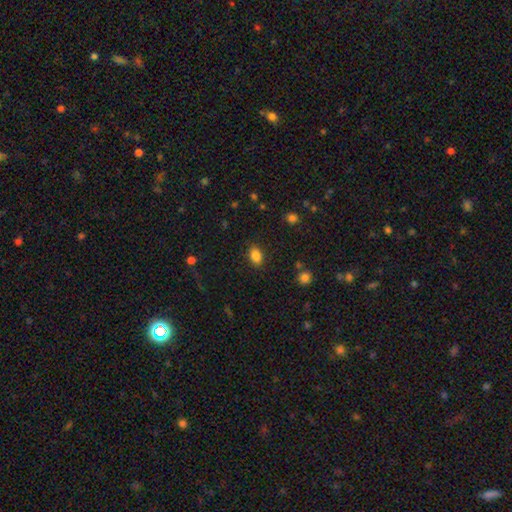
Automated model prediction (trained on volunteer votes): smooth 85%, star or artifact 10%, featured or disk 5%. Down the decision tree: how rounded — in between (79%); merging — none (85%).